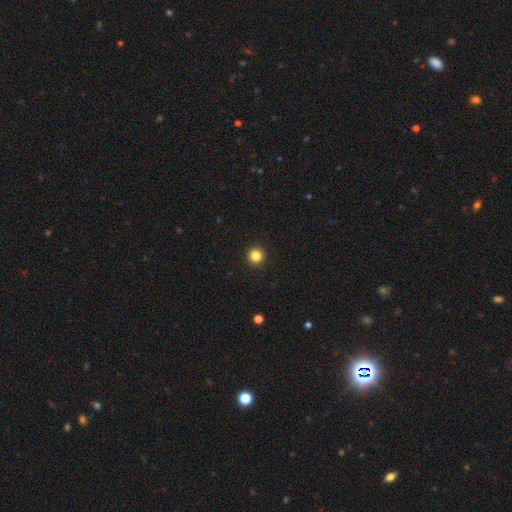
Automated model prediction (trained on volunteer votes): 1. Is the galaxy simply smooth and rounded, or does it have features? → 84% smooth, 12% star or artifact, 4% featured or disk.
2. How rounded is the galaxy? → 96% round, 3% in between, 1% cigar-shaped.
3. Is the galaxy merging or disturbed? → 94% none, 4% minor disturbance, 1% major disturbance, 1% merger.